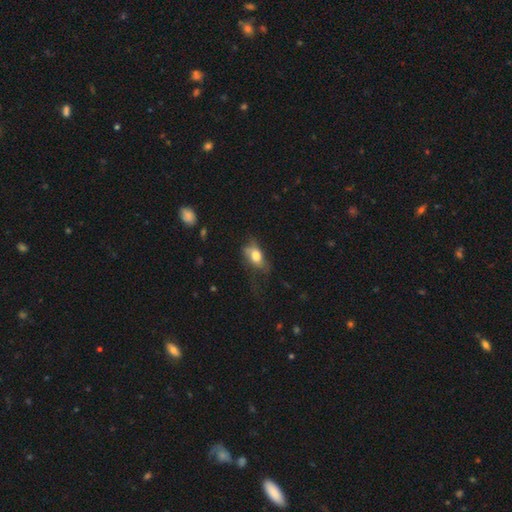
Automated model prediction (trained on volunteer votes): Q: Smooth or featured?
A: smooth (67%); runner-up: featured or disk (24%)
Q: How rounded?
A: in between (83%); runner-up: round (12%)
Q: Merging?
A: none (39%); runner-up: major disturbance (30%)